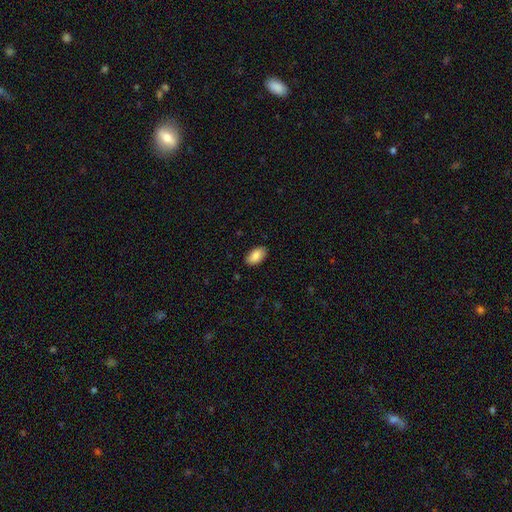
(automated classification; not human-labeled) Smooth or featured: smooth — 86% (featured or disk — 7%)
How rounded: in between — 94% (round — 4%)
Merging: none — 87% (minor disturbance — 10%)